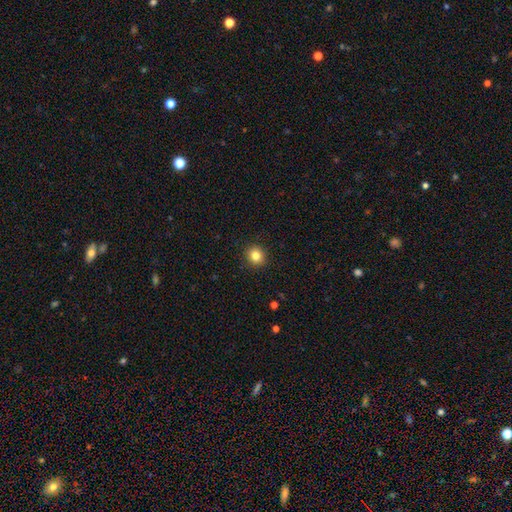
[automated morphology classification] Q: Smooth or featured?
A: smooth (83%); runner-up: star or artifact (11%)
Q: How rounded?
A: round (90%); runner-up: in between (9%)
Q: Merging?
A: none (92%); runner-up: minor disturbance (5%)